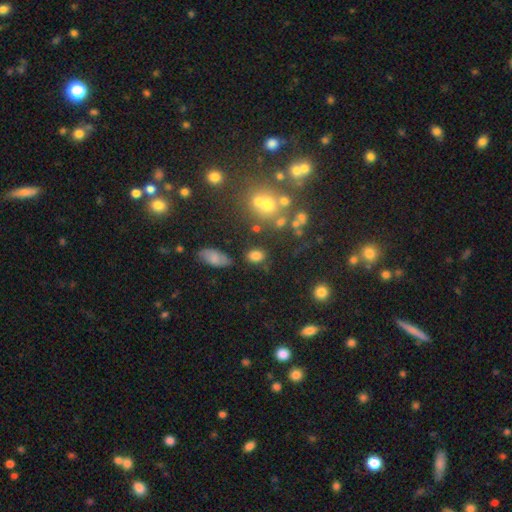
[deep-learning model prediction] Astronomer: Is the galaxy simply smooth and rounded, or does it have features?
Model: smooth — 76%.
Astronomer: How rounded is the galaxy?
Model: in between — 73%.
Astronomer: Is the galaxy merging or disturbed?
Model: none — 69%.